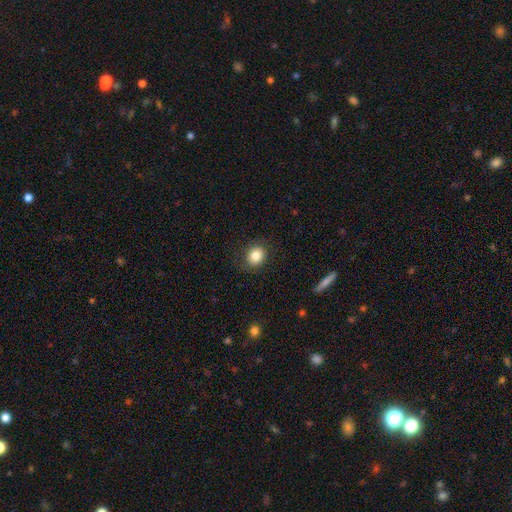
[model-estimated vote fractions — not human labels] Q: Smooth or featured?
A: smooth (83%); runner-up: star or artifact (10%)
Q: How rounded?
A: round (70%); runner-up: in between (29%)
Q: Merging?
A: none (86%); runner-up: minor disturbance (10%)